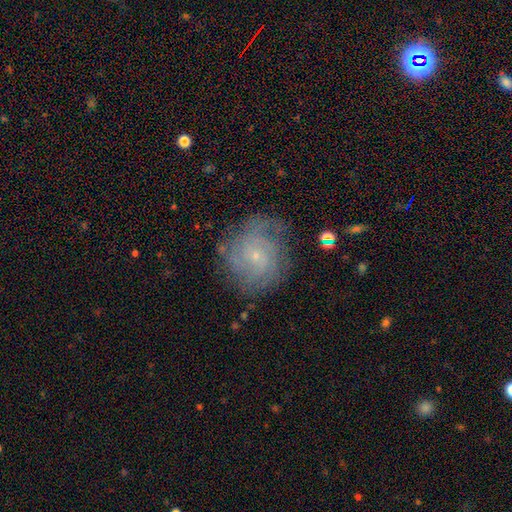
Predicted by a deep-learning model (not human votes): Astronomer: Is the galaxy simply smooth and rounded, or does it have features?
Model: featured or disk — 71%.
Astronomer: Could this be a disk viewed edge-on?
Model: no — 97%.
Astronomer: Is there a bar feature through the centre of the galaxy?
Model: no — 74%.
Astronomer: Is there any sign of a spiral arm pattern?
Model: yes — 90%.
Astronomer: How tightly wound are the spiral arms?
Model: tight — 63%.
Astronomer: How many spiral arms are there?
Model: can't tell — 44%.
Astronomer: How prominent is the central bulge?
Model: small — 84%.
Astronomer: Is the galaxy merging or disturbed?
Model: none — 72%.